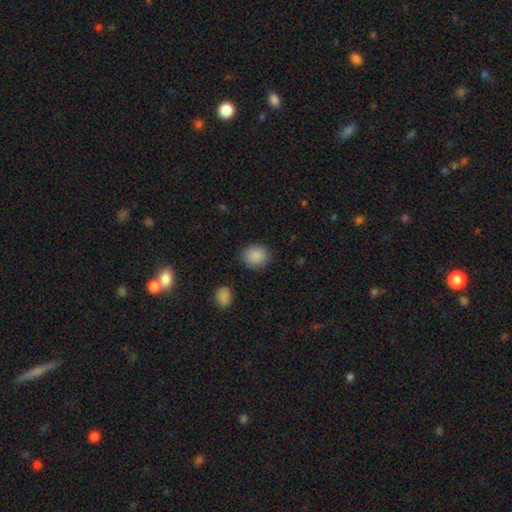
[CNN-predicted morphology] A smooth galaxy with no disk features (88%) that is round (75%).

Vote fractions:
- Smooth or featured? smooth: 88% / star or artifact: 8% / featured or disk: 4%
- How rounded? round: 75% / in between: 24% / cigar-shaped: 1%
- Merging? none: 86% / minor disturbance: 9% / major disturbance: 3% / merger: 2%